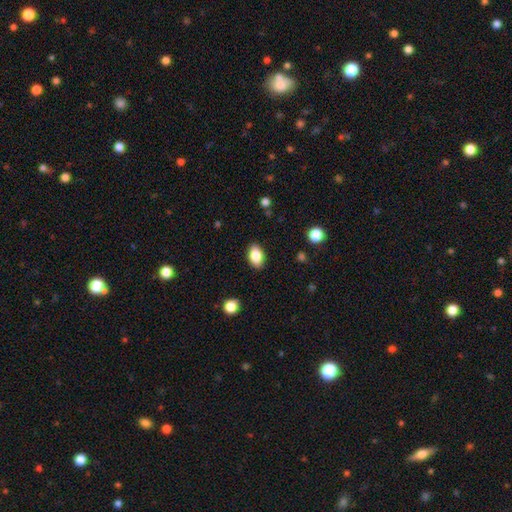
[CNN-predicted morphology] Q: Smooth or featured?
A: smooth (85%); runner-up: star or artifact (8%)
Q: How rounded?
A: in between (90%); runner-up: round (8%)
Q: Merging?
A: none (87%); runner-up: minor disturbance (9%)